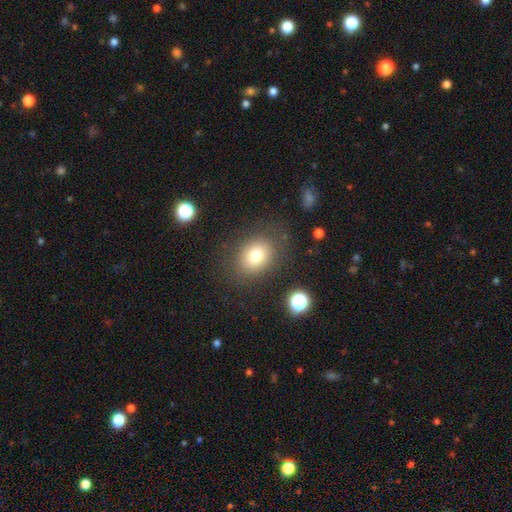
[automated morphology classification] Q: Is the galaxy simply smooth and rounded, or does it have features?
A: smooth — 77%.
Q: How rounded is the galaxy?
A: round — 52%.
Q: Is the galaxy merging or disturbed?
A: none — 81%.